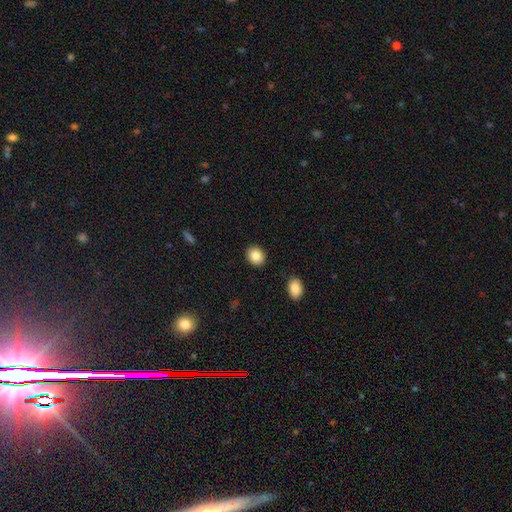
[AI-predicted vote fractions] A smooth galaxy with no disk features (85%) that is round (66%). Merging: none (90%).